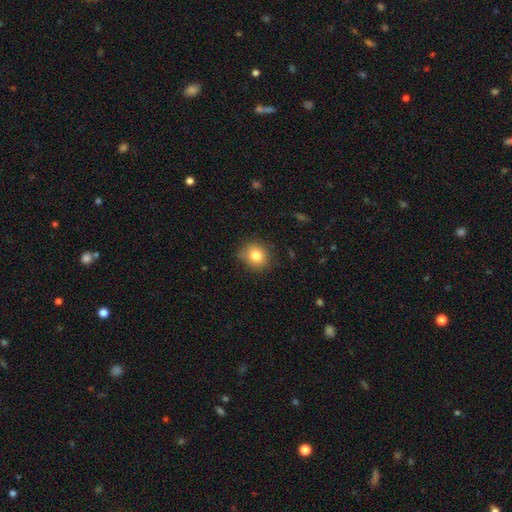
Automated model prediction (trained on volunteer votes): Smooth or featured?
  - smooth: 80% *
  - star or artifact: 12%
  - featured or disk: 9%
How rounded?
  - round: 83% *
  - in between: 16%
  - cigar-shaped: 1%
Merging?
  - none: 81% *
  - minor disturbance: 15%
  - major disturbance: 3%
  - merger: 1%